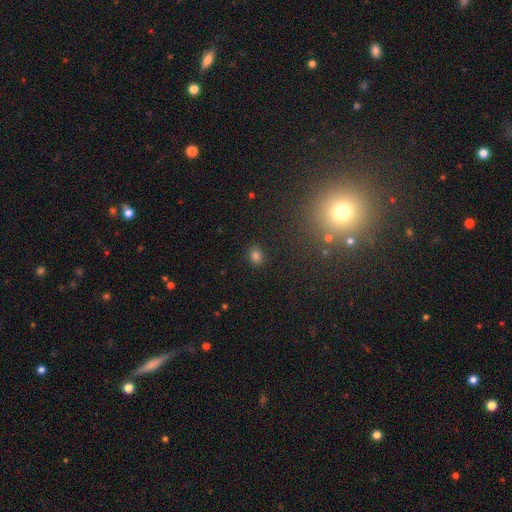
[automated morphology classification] Overall: smooth (79%). How rounded: in between (59%; round 40%). Merging: none (86%).